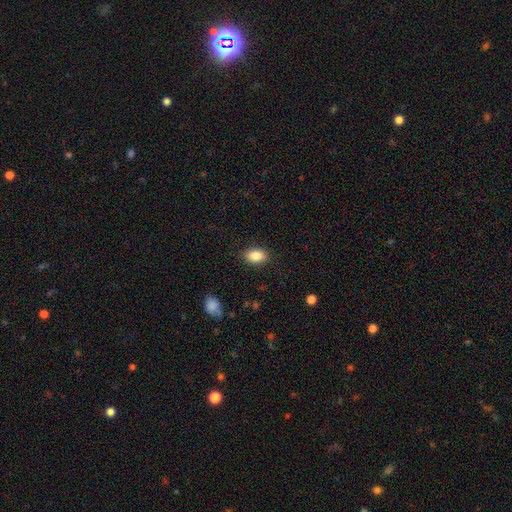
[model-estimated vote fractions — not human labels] Overall: smooth (85%). How rounded: in between (87%). Merging: none (87%).